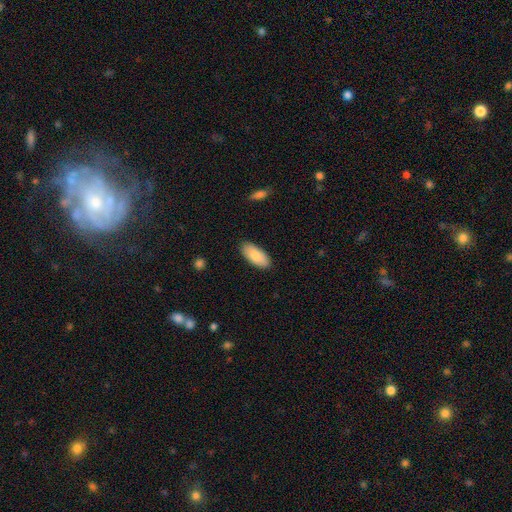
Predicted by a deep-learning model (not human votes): smooth_or_featured: smooth (p=0.85) [alt: featured or disk p=0.09]
how_rounded: in between (p=0.91) [alt: cigar-shaped p=0.08]
merging: none (p=0.88) [alt: minor disturbance p=0.09]